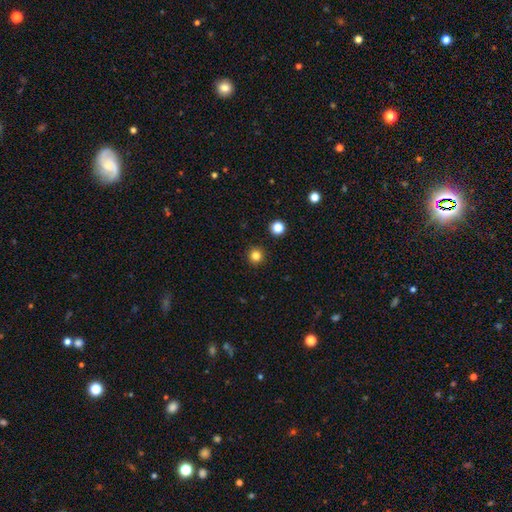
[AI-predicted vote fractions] smooth-or-featured: smooth: 82% | star or artifact: 14% | featured or disk: 5%
  how-rounded: round: 95% | in between: 4% | cigar-shaped: 1%
  merging: none: 93% | minor disturbance: 4% | major disturbance: 2% | merger: 1%